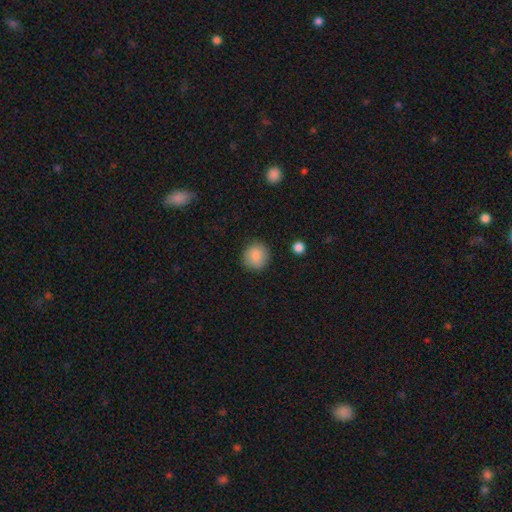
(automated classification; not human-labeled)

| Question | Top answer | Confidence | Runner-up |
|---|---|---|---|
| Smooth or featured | smooth | 86% | star or artifact (8%) |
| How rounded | round | 90% | in between (9%) |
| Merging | none | 88% | minor disturbance (9%) |